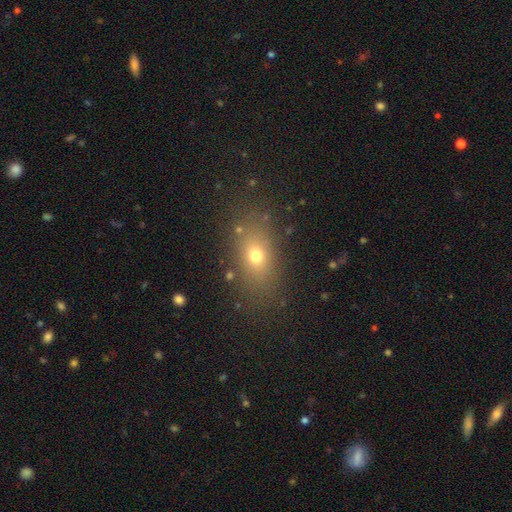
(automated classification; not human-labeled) smooth_or_featured: smooth (p=0.70) [alt: star or artifact p=0.16]
how_rounded: in between (p=0.71) [alt: round p=0.24]
merging: none (p=0.82) [alt: minor disturbance p=0.10]